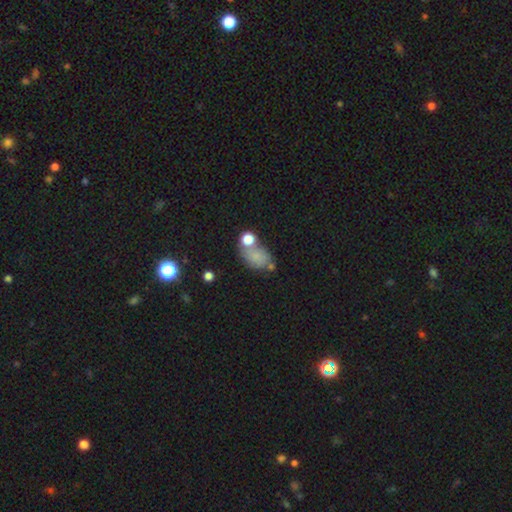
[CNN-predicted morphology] Overall: smooth (70%). How rounded: in between (78%). Merging: none (41%; merger 25%).